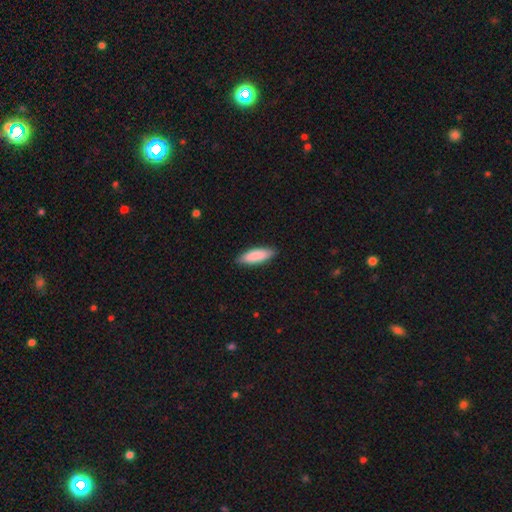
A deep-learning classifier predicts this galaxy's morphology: This is clearly a smooth galaxy (87%). How rounded: possibly in between (56%). Merging: clearly none (88%).